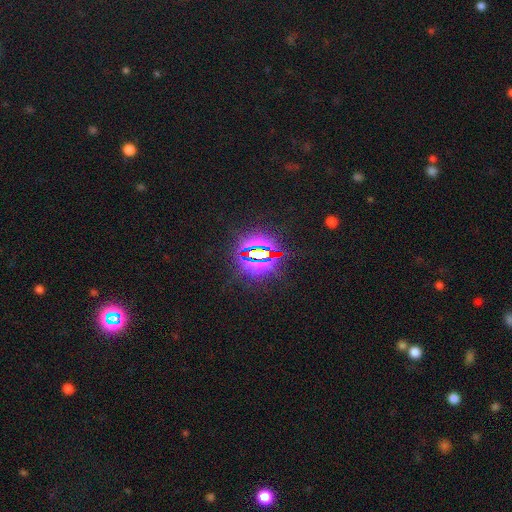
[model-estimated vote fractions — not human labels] Smooth or featured?
  - star or artifact: 82% *
  - smooth: 9%
  - featured or disk: 9%